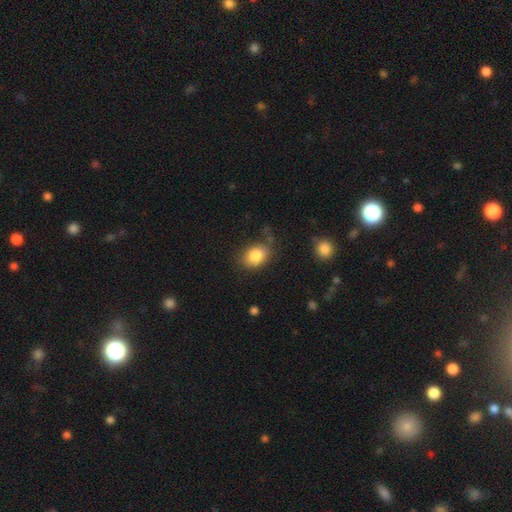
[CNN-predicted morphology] This is clearly a smooth galaxy (84%). How rounded: likely in between (70%). Merging: likely none (71%).